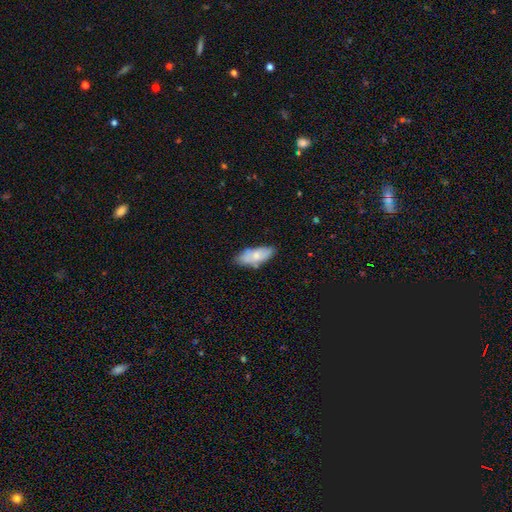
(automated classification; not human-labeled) A smooth galaxy with no disk features (72%) that is in between round and cigar-shaped (86%). Merging: none (64%).